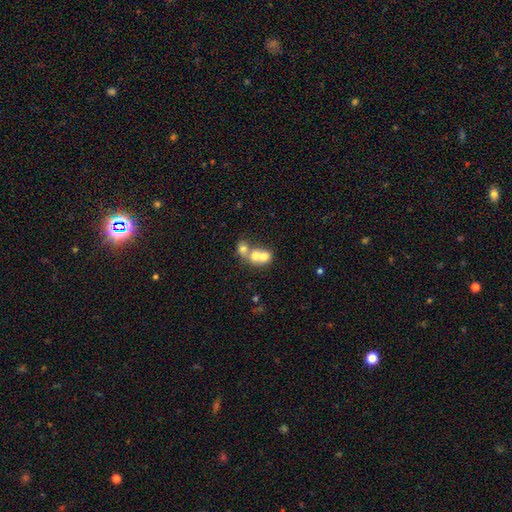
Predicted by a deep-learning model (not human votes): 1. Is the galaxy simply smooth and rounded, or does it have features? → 64% smooth, 25% featured or disk, 11% star or artifact.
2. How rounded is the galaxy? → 64% round, 35% in between, 1% cigar-shaped.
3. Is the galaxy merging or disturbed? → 72% merger, 20% none, 5% minor disturbance, 3% major disturbance.